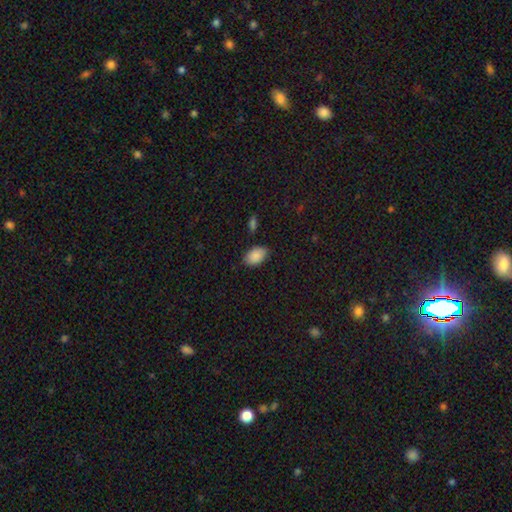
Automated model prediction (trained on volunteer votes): This is clearly a smooth galaxy (89%). How rounded: clearly in between (90%). Merging: clearly none (82%).